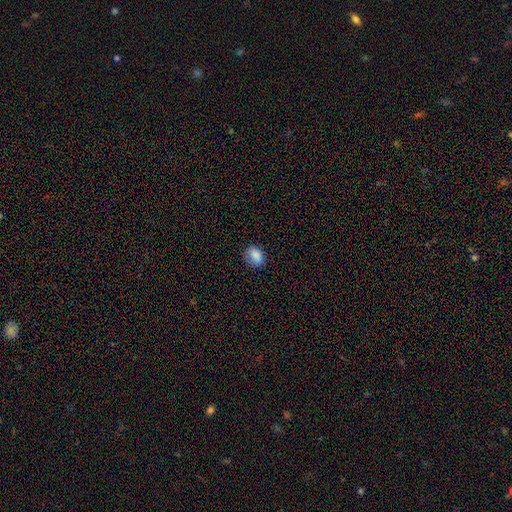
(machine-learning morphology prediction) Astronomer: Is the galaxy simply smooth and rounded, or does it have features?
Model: smooth — 86%.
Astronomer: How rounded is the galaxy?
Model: in between — 62%.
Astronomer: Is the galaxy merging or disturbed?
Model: none — 78%.